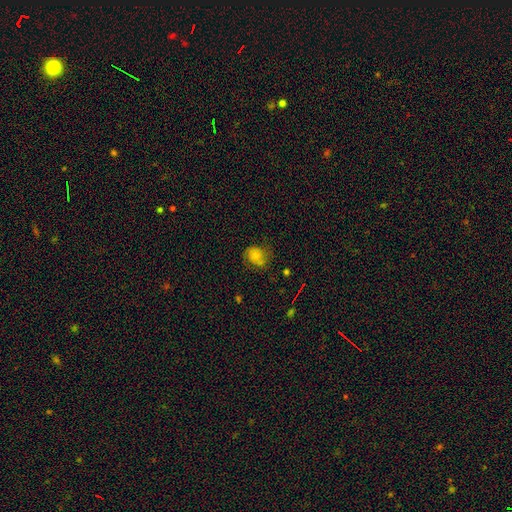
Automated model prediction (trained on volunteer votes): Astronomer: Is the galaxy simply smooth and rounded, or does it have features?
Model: smooth — 61%.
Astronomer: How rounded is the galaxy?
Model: round — 56% (runner-up: in between, 43%).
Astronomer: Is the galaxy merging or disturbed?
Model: none — 58%.